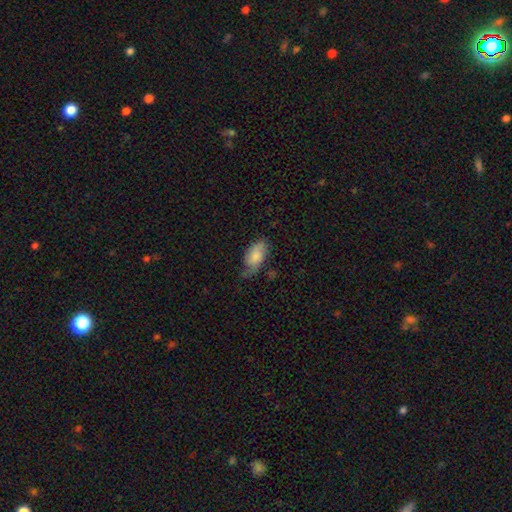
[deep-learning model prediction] The model was most divided on "merging": none: 49%, minor disturbance: 37%, major disturbance: 11%, merger: 2%. More confident: how rounded — in between (92%); smooth or featured — smooth (74%).